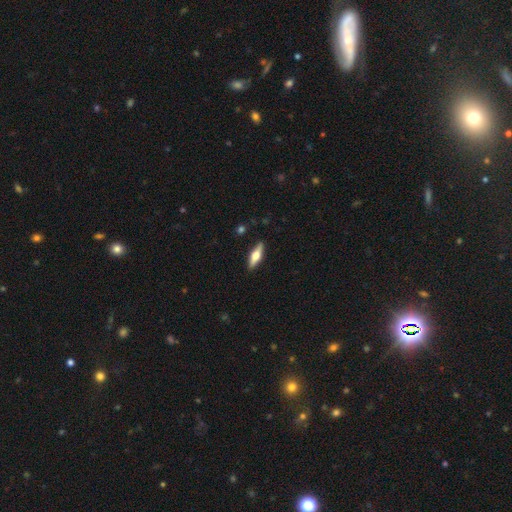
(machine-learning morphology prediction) Smooth or featured? featured or disk (48%)
Merging? none (89%)